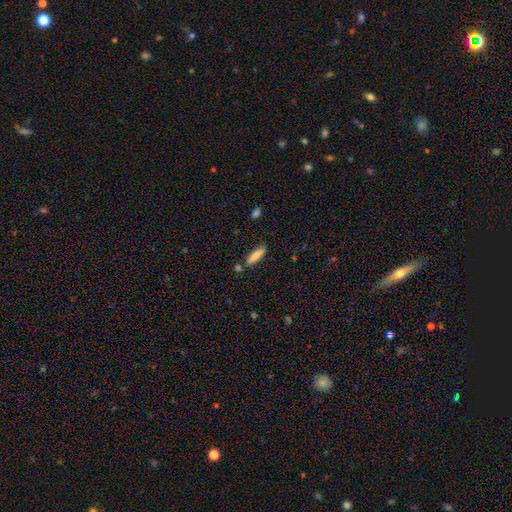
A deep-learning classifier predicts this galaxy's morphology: Smooth or featured: smooth — 81% (featured or disk — 13%)
How rounded: cigar-shaped — 61% (in between — 37%)
Merging: none — 78% (minor disturbance — 12%)